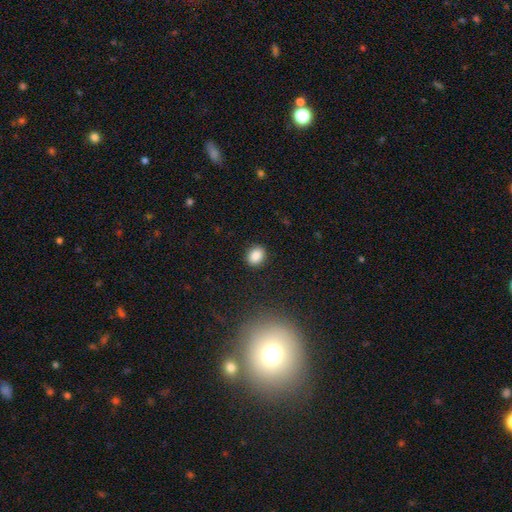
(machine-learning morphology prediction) Smooth or featured? Predicted: smooth (p=0.86). How rounded? Predicted: round (p=0.53). Merging? Predicted: none (p=0.90).